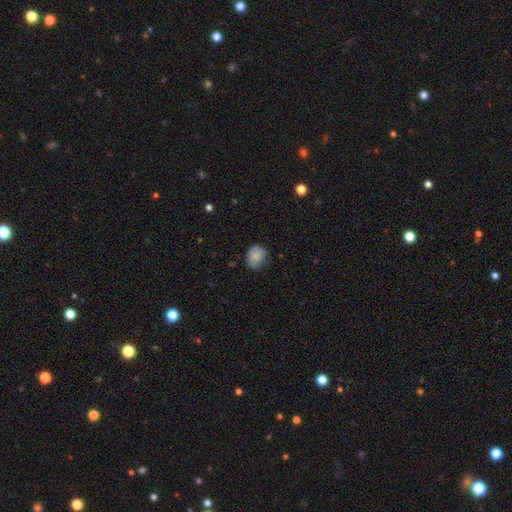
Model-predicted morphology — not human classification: A smooth galaxy with no disk features (81%) that is round (56%). Merging: none (58%).